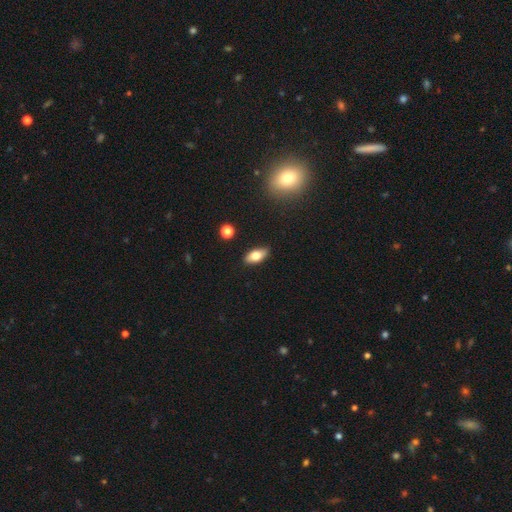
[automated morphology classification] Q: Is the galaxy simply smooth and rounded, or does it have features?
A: smooth — 73%.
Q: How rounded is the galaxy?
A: in between — 86%.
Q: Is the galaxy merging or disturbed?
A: none — 87%.